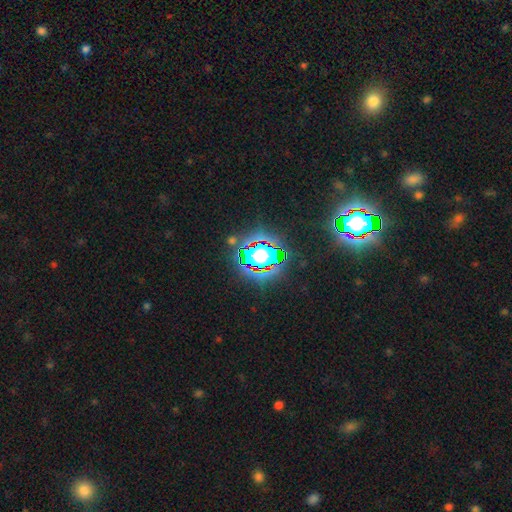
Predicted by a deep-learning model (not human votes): smooth_or_featured: star or artifact (p=0.82) [alt: smooth p=0.10]